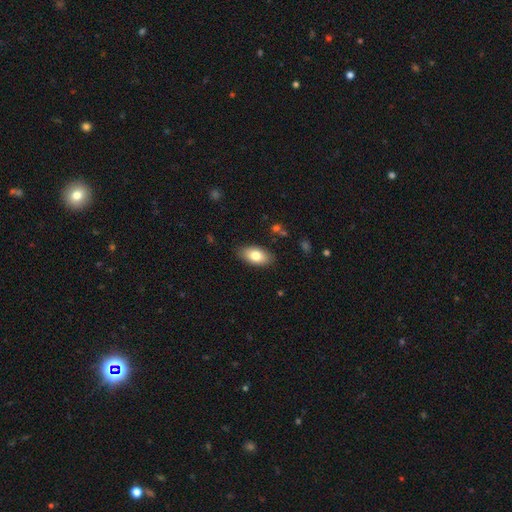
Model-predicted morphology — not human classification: Smooth or featured? Predicted: smooth (p=0.79). How rounded? Predicted: in between (p=0.92). Merging? Predicted: none (p=0.86).